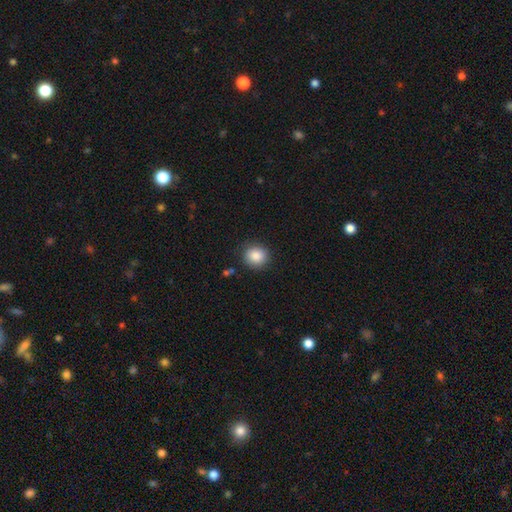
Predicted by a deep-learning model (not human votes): Smooth or featured?
  - smooth: 87% *
  - star or artifact: 9%
  - featured or disk: 4%
How rounded?
  - round: 85% *
  - in between: 14%
  - cigar-shaped: 1%
Merging?
  - none: 87% *
  - minor disturbance: 9%
  - major disturbance: 2%
  - merger: 2%